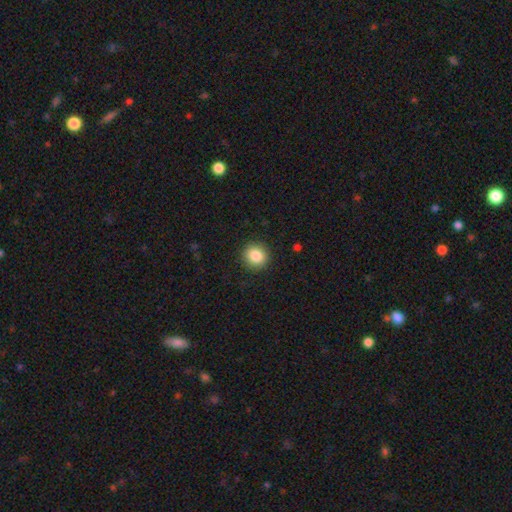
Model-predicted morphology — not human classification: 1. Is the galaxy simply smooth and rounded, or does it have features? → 85% smooth, 9% star or artifact, 5% featured or disk.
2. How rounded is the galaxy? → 91% round, 8% in between, 1% cigar-shaped.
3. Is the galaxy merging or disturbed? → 91% none, 6% minor disturbance, 2% major disturbance, 1% merger.